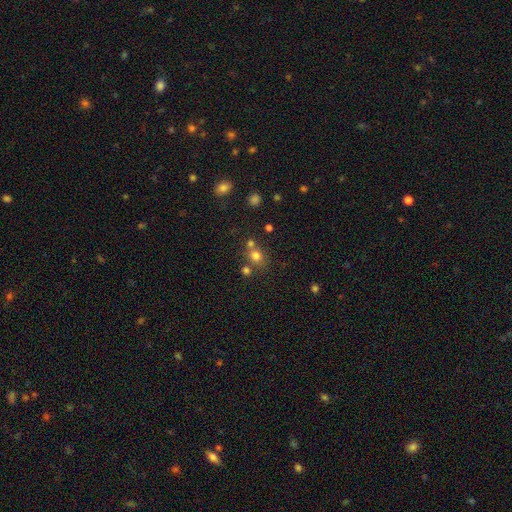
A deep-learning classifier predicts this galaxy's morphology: The model was most divided on "merging": none: 59%, merger: 27%, minor disturbance: 10%, major disturbance: 4%. More confident: smooth or featured — smooth (75%); how rounded — round (74%).